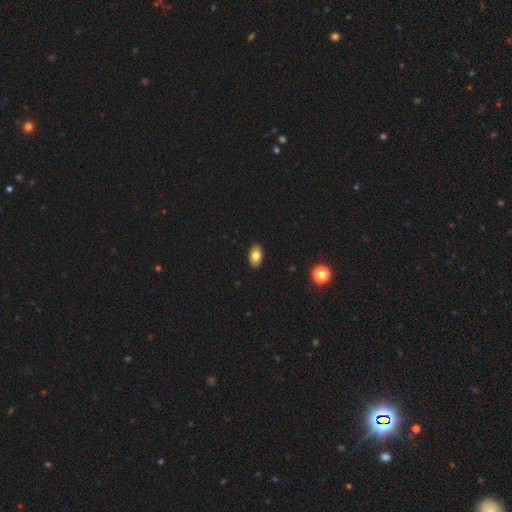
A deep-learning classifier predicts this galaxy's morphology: type=smooth (80%); roundness=in between (91%); merging=none (90%).